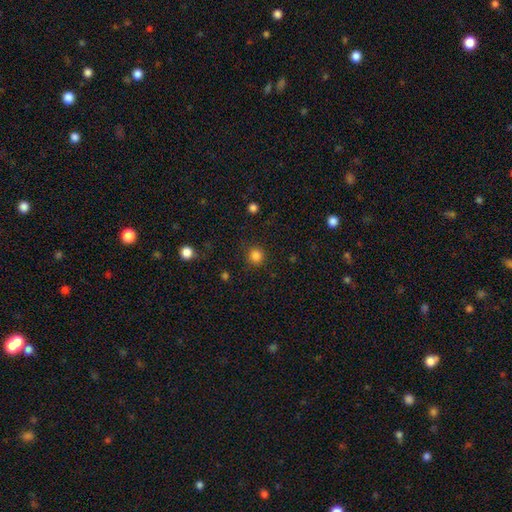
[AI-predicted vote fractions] A smooth galaxy with no disk features (84%) that is round (93%). Merging: none (88%).